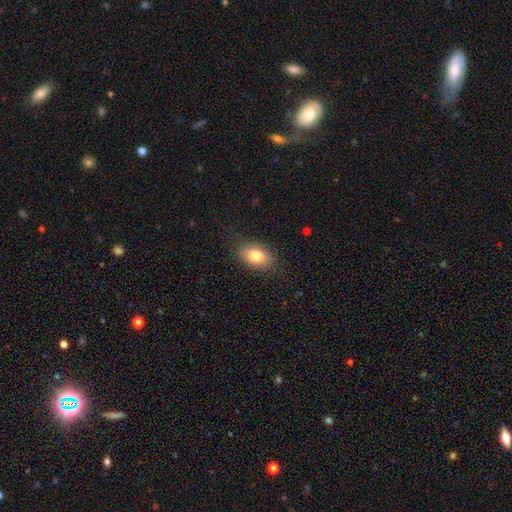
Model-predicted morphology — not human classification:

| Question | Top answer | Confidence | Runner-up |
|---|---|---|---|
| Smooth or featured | smooth | 81% | featured or disk (11%) |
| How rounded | in between | 84% | round (14%) |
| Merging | none | 81% | minor disturbance (14%) |